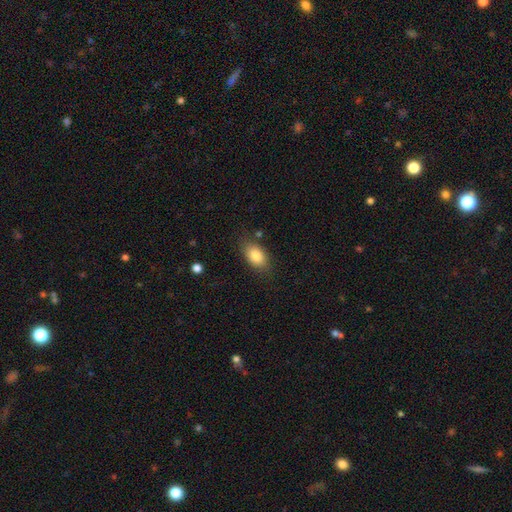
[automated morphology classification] smooth_or_featured: smooth (p=0.83) [alt: featured or disk p=0.09]
how_rounded: in between (p=0.89) [alt: round p=0.08]
merging: none (p=0.78) [alt: minor disturbance p=0.15]